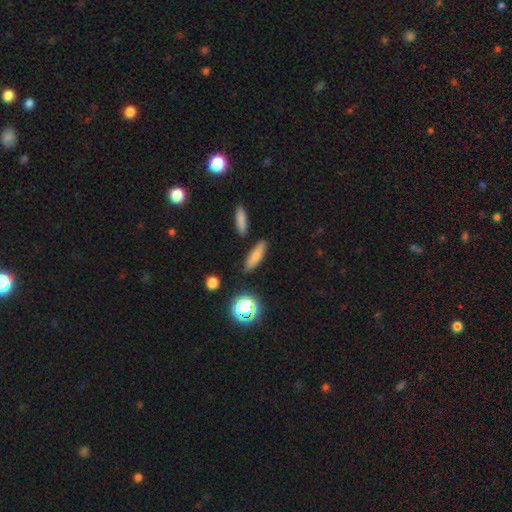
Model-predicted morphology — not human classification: Smooth or featured? Predicted: smooth (p=0.77). How rounded? Predicted: cigar-shaped (p=0.51). Merging? Predicted: none (p=0.84).